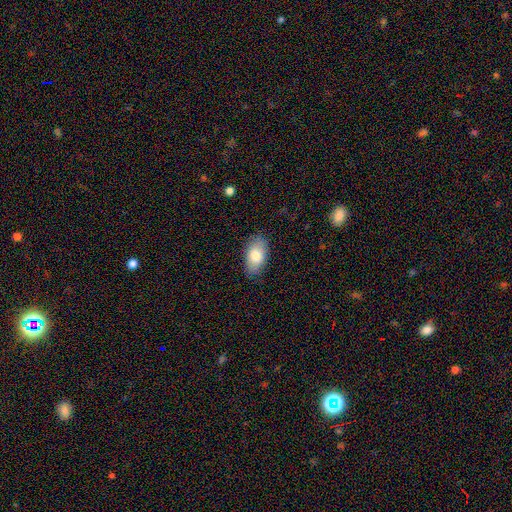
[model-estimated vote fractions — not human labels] Smooth or featured?
  - smooth: 79% *
  - featured or disk: 15%
  - star or artifact: 7%
How rounded?
  - in between: 93% *
  - round: 4%
  - cigar-shaped: 3%
Merging?
  - none: 84% *
  - minor disturbance: 12%
  - major disturbance: 3%
  - merger: 1%